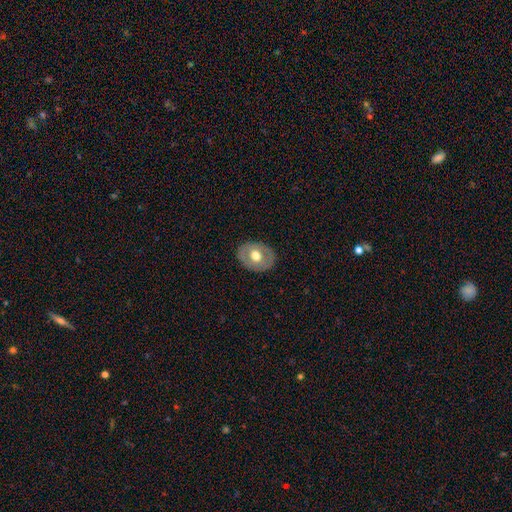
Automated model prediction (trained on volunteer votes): smooth_or_featured: smooth (p=0.52) [alt: featured or disk p=0.42]
how_rounded: in between (p=0.58) [alt: round p=0.41]
merging: none (p=0.85) [alt: minor disturbance p=0.11]